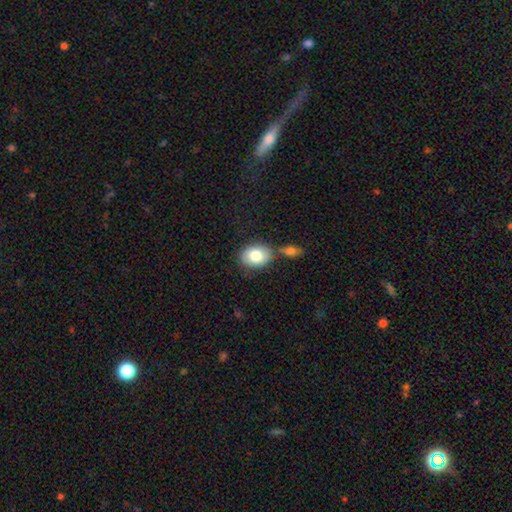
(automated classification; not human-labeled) Morphology: type=smooth (80%); roundness=in between (64%); merging=none (63%).